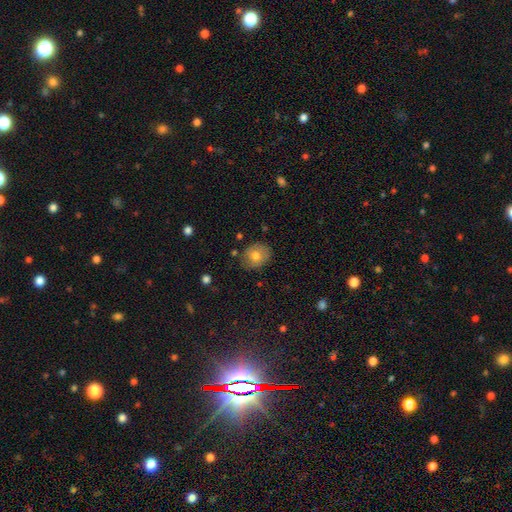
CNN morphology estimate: A smooth galaxy with no disk features (74%) that is round (58%). Merging: none (80%).